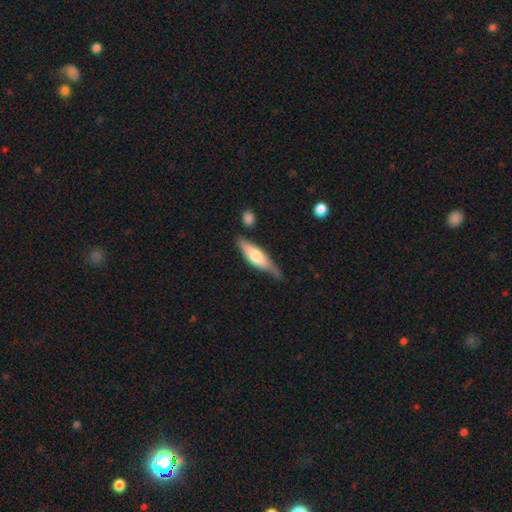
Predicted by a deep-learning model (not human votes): Overall: smooth (52%; featured or disk 43%). How rounded: cigar-shaped (58%; in between 40%). Merging: none (60%; minor disturbance 28%).